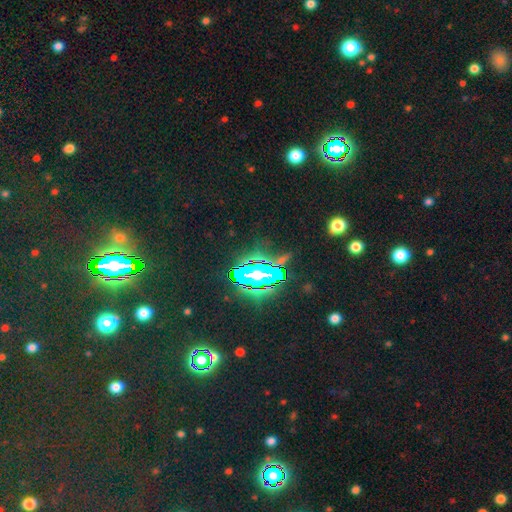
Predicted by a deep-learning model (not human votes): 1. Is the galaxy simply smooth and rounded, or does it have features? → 82% star or artifact, 10% smooth, 8% featured or disk.